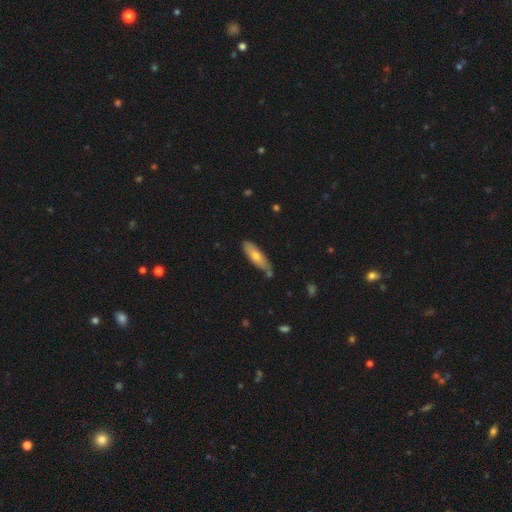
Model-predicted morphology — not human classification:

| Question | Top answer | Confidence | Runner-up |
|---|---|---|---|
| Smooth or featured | smooth | 67% | featured or disk (27%) |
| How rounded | cigar-shaped | 59% | in between (39%) |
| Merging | none | 72% | minor disturbance (19%) |